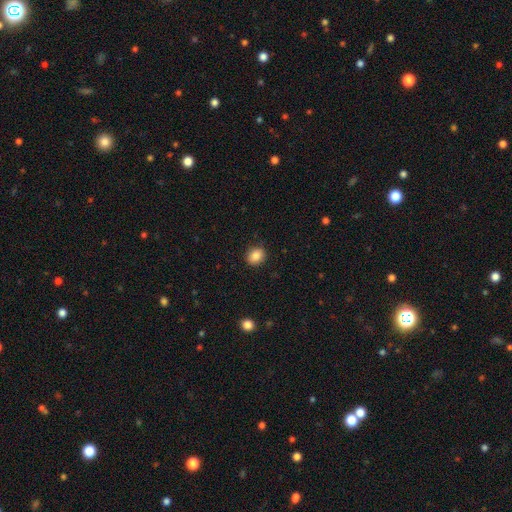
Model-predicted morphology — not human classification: Q: Smooth or featured?
A: smooth (86%); runner-up: star or artifact (9%)
Q: How rounded?
A: round (62%); runner-up: in between (37%)
Q: Merging?
A: none (89%); runner-up: minor disturbance (7%)